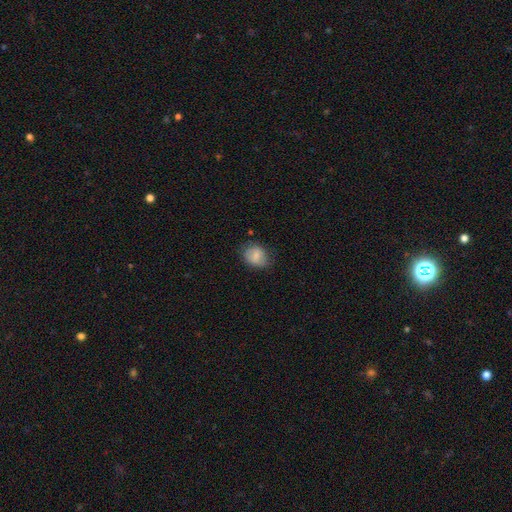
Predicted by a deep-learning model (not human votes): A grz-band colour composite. It shows a smooth galaxy with no disk features (73%) that is round (50%). Merging: none (70%).